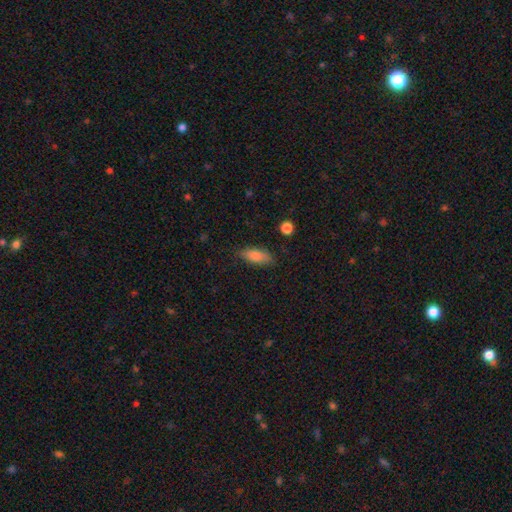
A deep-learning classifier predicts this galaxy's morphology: Smooth or featured?
  - smooth: 82% *
  - featured or disk: 11%
  - star or artifact: 7%
How rounded?
  - in between: 75% *
  - cigar-shaped: 22%
  - round: 3%
Merging?
  - none: 79% *
  - minor disturbance: 15%
  - major disturbance: 4%
  - merger: 2%